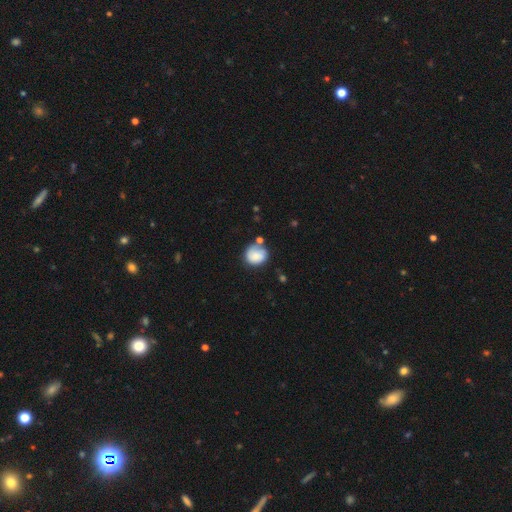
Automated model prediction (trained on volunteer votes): This appears to be a smooth galaxy with no disk features (74%) that is round (76%). Merging: none (55%).